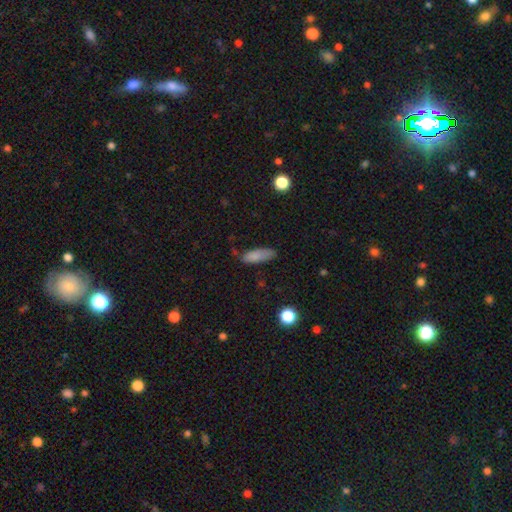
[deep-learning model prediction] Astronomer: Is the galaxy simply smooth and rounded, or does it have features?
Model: smooth — 83%.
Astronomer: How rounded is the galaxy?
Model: in between — 58% (runner-up: cigar-shaped, 39%).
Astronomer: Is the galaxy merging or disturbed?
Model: none — 66%.